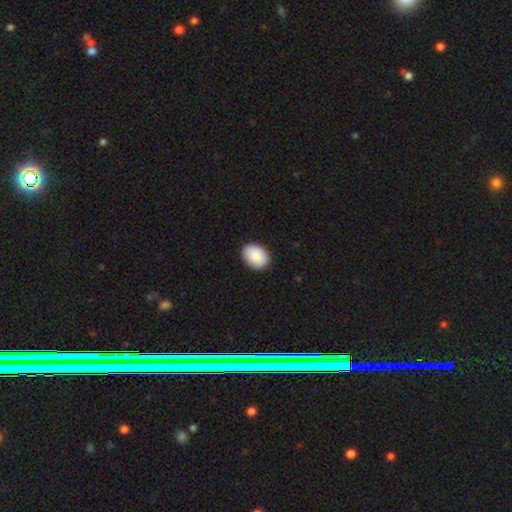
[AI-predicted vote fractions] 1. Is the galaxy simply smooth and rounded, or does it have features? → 89% smooth, 6% star or artifact, 5% featured or disk.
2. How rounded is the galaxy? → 75% in between, 24% round, 1% cigar-shaped.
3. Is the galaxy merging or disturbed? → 87% none, 10% minor disturbance, 2% major disturbance, 1% merger.